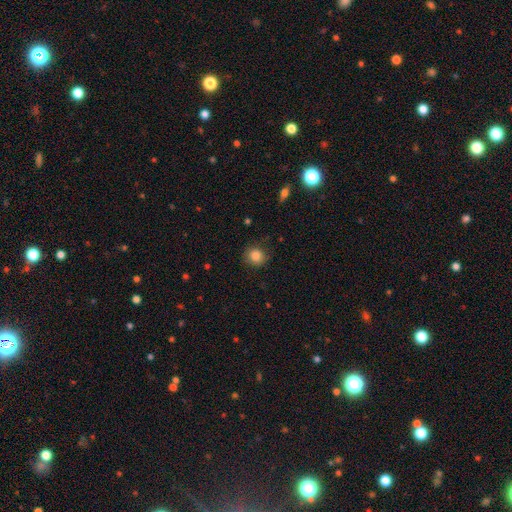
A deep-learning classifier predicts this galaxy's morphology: type=smooth (84%); roundness=round (86%); merging=none (84%).